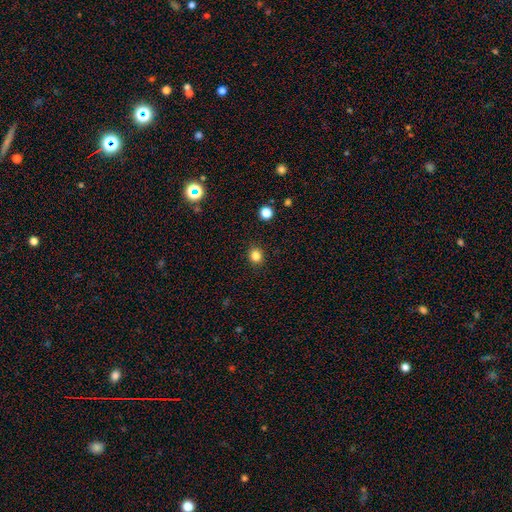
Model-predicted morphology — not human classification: This appears to be a smooth galaxy with no disk features (83%) that is round (74%). Merging: none (90%).